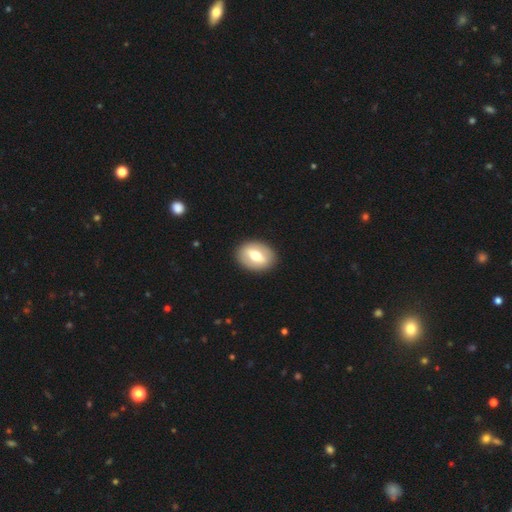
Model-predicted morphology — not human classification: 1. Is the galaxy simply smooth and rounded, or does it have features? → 49% smooth, 45% featured or disk, 6% star or artifact.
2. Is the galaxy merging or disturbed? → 89% none, 7% minor disturbance, 3% major disturbance, 1% merger.